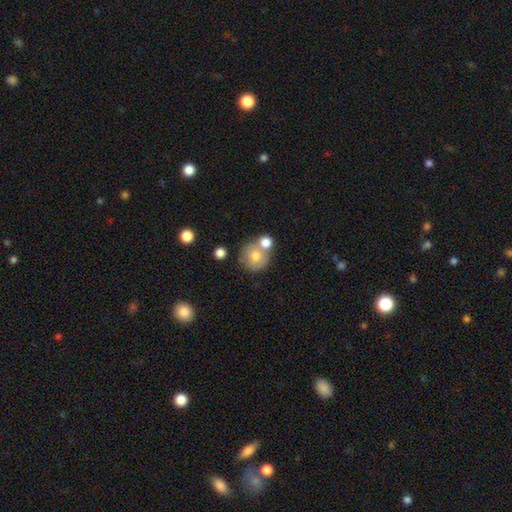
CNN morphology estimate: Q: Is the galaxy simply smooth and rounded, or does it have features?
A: smooth — 72%.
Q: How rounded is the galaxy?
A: round — 88%.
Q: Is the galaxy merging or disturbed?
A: none — 47%.